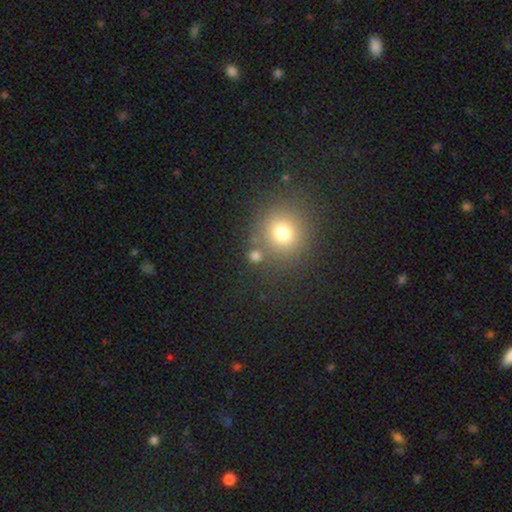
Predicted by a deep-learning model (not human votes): smooth_or_featured: smooth (p=0.74) [alt: star or artifact p=0.19]
how_rounded: round (p=0.88) [alt: in between p=0.11]
merging: none (p=0.74) [alt: merger p=0.13]